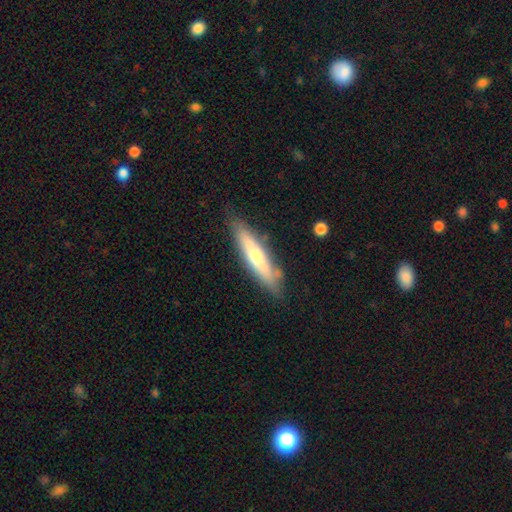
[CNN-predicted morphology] smooth-or-featured: smooth: 49% | featured or disk: 45% | star or artifact: 6%
  merging: none: 81% | minor disturbance: 14% | major disturbance: 3% | merger: 2%